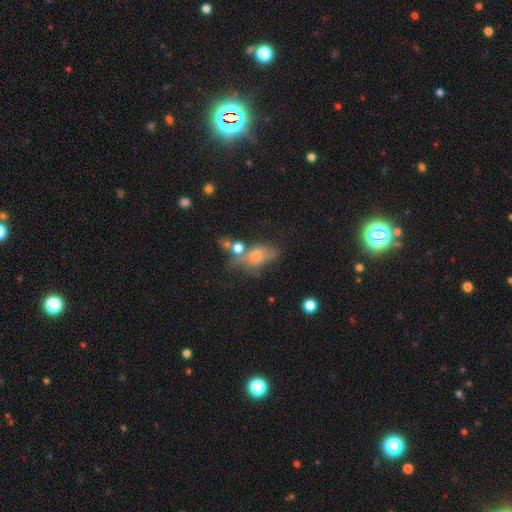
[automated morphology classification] This appears to be a smooth galaxy with no disk features (52%) that is in between round and cigar-shaped (78%). Merging: none (29%).